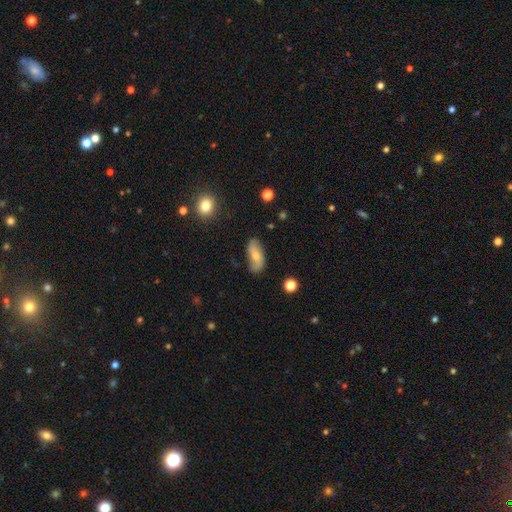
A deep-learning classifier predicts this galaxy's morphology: smooth_or_featured: smooth (p=0.55) [alt: featured or disk p=0.37]
how_rounded: in between (p=0.83) [alt: cigar-shaped p=0.13]
merging: none (p=0.71) [alt: minor disturbance p=0.21]